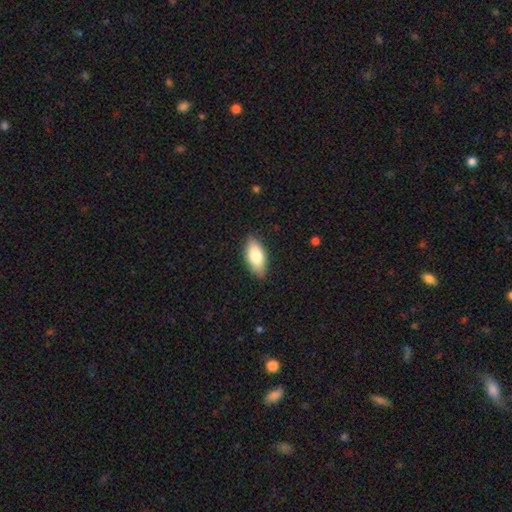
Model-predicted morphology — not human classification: Q: Smooth or featured?
A: smooth (79%); runner-up: featured or disk (15%)
Q: How rounded?
A: in between (88%); runner-up: cigar-shaped (9%)
Q: Merging?
A: none (85%); runner-up: minor disturbance (12%)